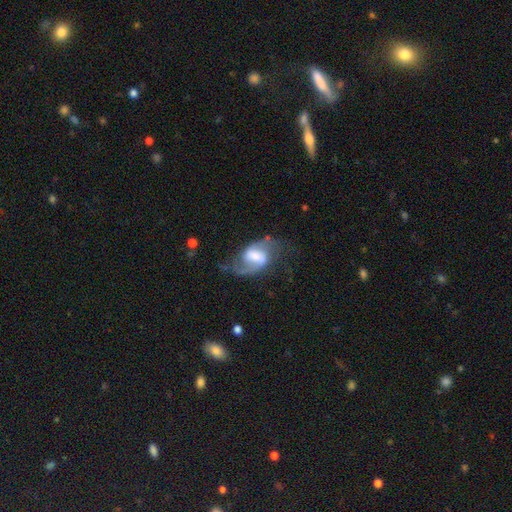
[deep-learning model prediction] This appears to be a featured or disk galaxy (81%) with a weak bar (51%), 2 (88%) medium (46%) spiral arms (94%) and a moderate central bulge (41%). Merging: none (60%).